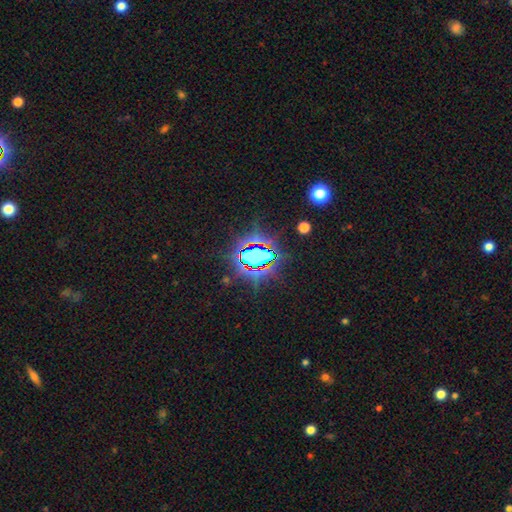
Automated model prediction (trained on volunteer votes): A star or artifact, not a galaxy (70%).